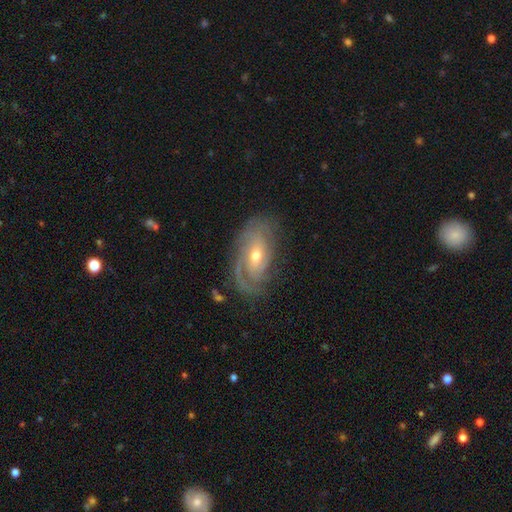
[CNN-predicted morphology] Smooth or featured: featured or disk — 84% (smooth — 11%)
Edge-on disk: no — 94% (yes — 6%)
Bar: no — 55% (weak — 35%)
Spiral arms: yes — 94% (no — 6%)
Spiral winding: tight — 59% (medium — 31%)
Spiral arm count: 2 — 35% (can't tell — 26%)
Bulge size: moderate — 54% (small — 42%)
Merging: none — 70% (minor disturbance — 19%)